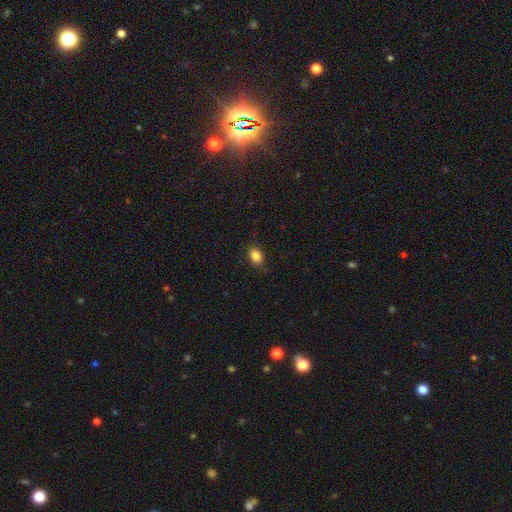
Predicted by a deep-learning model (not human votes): This is clearly a smooth galaxy (85%). How rounded: likely in between (75%). Merging: clearly none (82%).